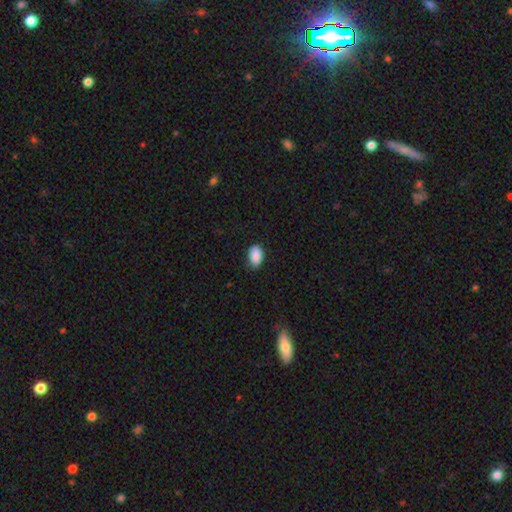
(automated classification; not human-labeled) The model was most divided on "merging": none: 78%, minor disturbance: 18%, major disturbance: 3%, merger: 1%. More confident: how rounded — in between (91%); smooth or featured — smooth (89%).